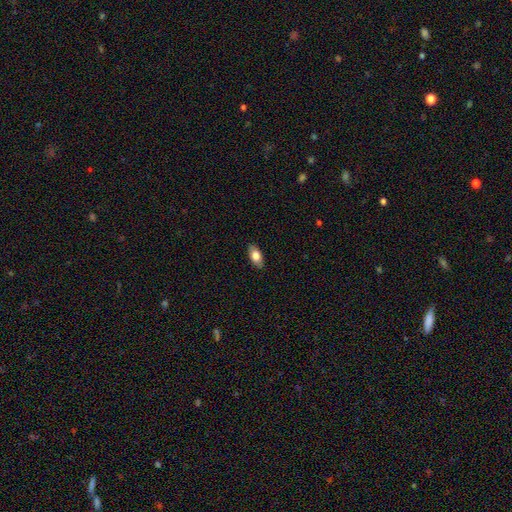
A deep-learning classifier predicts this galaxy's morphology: Smooth or featured?
  - smooth: 79% *
  - featured or disk: 14%
  - star or artifact: 7%
How rounded?
  - in between: 89% *
  - cigar-shaped: 7%
  - round: 4%
Merging?
  - none: 87% *
  - minor disturbance: 10%
  - major disturbance: 2%
  - merger: 1%